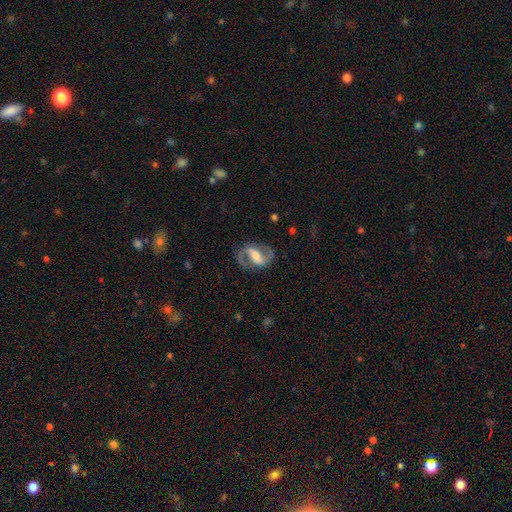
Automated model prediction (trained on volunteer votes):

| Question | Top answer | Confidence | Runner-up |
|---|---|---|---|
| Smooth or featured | featured or disk | 85% | smooth (10%) |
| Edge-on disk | no | 96% | yes (4%) |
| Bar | strong | 57% | weak (31%) |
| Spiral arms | yes | 93% | no (7%) |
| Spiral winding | medium | 54% | loose (28%) |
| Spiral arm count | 2 | 91% | can't tell (3%) |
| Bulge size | moderate | 51% | small (30%) |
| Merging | none | 78% | minor disturbance (13%) |